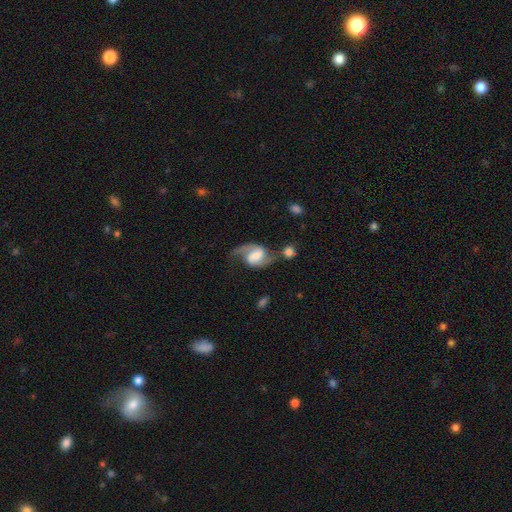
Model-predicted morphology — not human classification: The model was most divided on "spiral winding": medium: 46%, loose: 43%, tight: 11%. Remaining: edge-on disk — no (97%); spiral arms — yes (96%); spiral arm count — 2 (91%); smooth or featured — featured or disk (83%); merging — none (56%); bar — weak (49%); bulge size — moderate (38%).